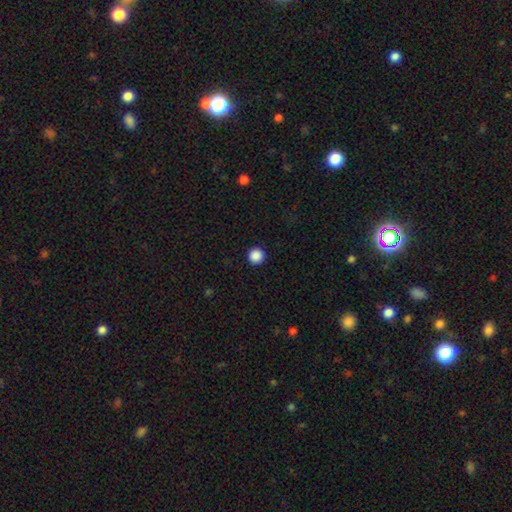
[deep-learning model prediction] Smooth or featured?
  - smooth: 88% *
  - star or artifact: 9%
  - featured or disk: 2%
How rounded?
  - round: 96% *
  - in between: 3%
  - cigar-shaped: 1%
Merging?
  - none: 94% *
  - minor disturbance: 4%
  - major disturbance: 2%
  - merger: 1%